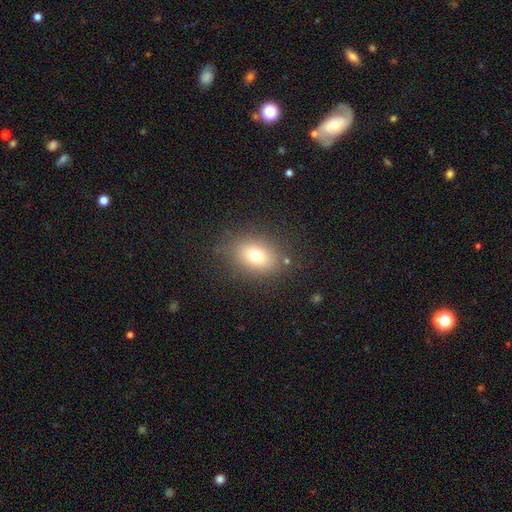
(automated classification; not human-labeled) A smooth galaxy with no disk features (74%) that is in between round and cigar-shaped (67%).

Vote fractions:
- Smooth or featured? smooth: 74% / featured or disk: 13% / star or artifact: 13%
- How rounded? in between: 67% / round: 31% / cigar-shaped: 1%
- Merging? none: 81% / minor disturbance: 12% / major disturbance: 5% / merger: 2%